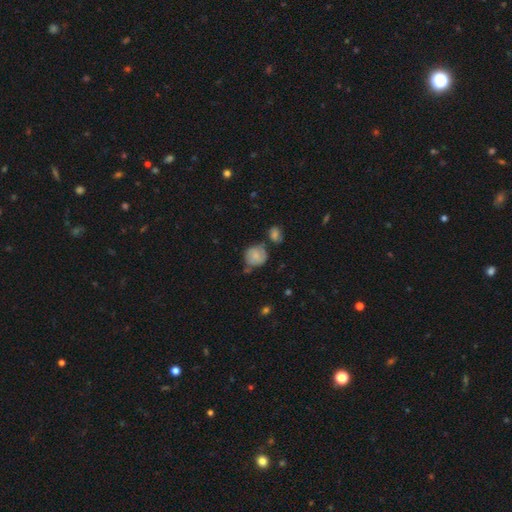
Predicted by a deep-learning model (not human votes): Smooth or featured? Predicted: smooth (p=0.71). How rounded? Predicted: round (p=0.80). Merging? Predicted: none (p=0.55).